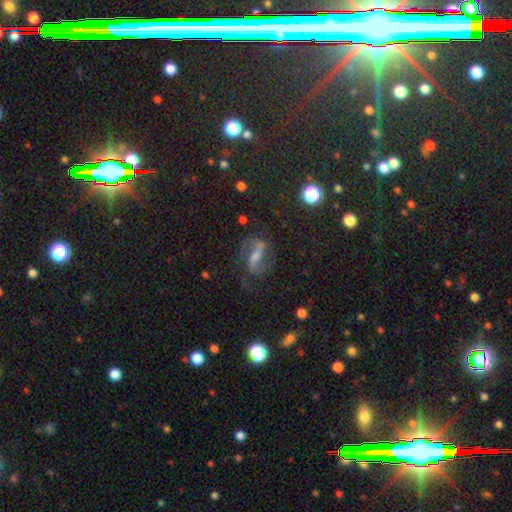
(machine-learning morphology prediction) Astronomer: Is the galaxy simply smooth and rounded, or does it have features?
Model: featured or disk — 68%.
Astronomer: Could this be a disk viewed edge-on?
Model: no — 90%.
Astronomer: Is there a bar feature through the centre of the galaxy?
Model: strong — 51% (runner-up: weak, 33%).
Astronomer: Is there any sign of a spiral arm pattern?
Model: yes — 89%.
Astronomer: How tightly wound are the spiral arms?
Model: medium — 49% (runner-up: loose, 33%).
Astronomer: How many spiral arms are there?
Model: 2 — 89%.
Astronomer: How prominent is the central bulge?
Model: small — 37% (runner-up: moderate, 35%).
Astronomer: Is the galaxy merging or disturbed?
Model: none — 74%.